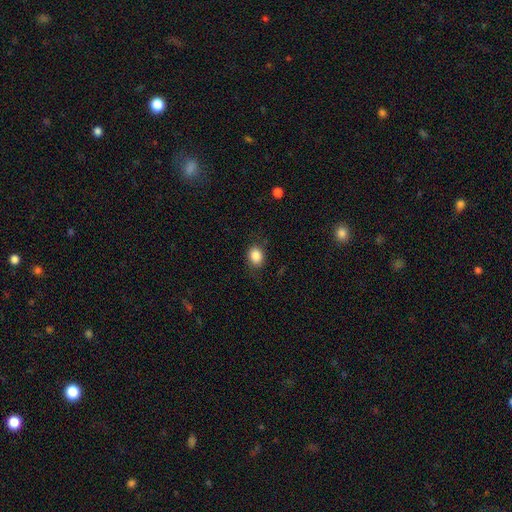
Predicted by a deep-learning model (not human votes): Smooth or featured? Predicted: smooth (p=0.85). How rounded? Predicted: round (p=0.52). Merging? Predicted: none (p=0.79).